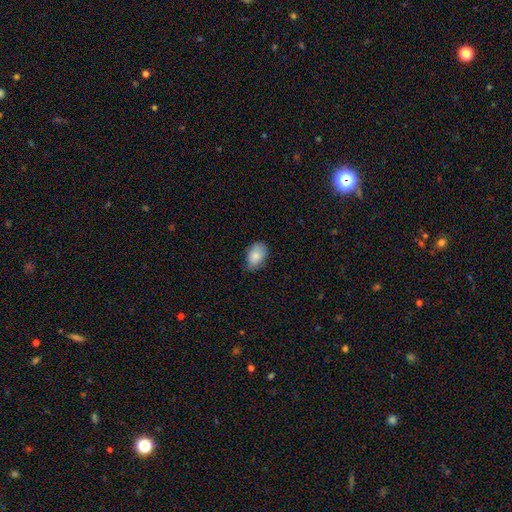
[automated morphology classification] A smooth galaxy with no disk features (86%) that is in between round and cigar-shaped (87%). Merging: none (74%).